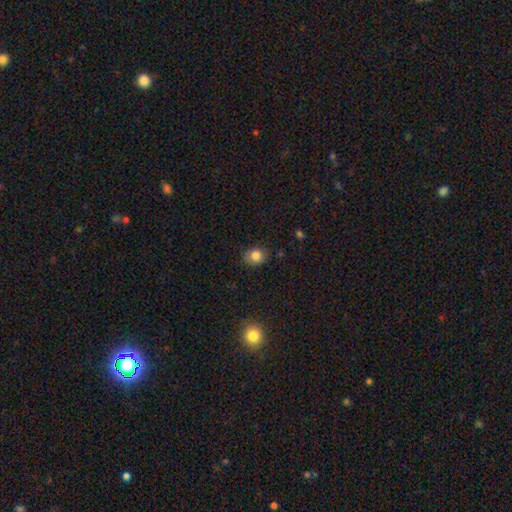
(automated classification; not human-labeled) smooth_or_featured: smooth (p=0.83) [alt: star or artifact p=0.11]
how_rounded: round (p=0.66) [alt: in between p=0.33]
merging: none (p=0.82) [alt: minor disturbance p=0.14]